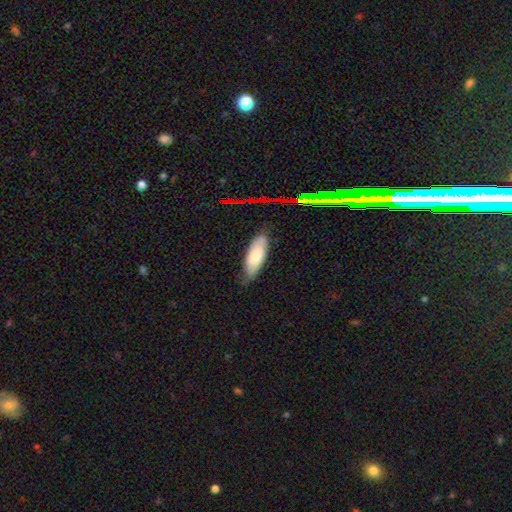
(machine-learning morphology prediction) Smooth or featured?
  - smooth: 75% *
  - featured or disk: 18%
  - star or artifact: 7%
How rounded?
  - in between: 72% *
  - cigar-shaped: 26%
  - round: 2%
Merging?
  - none: 66% *
  - minor disturbance: 27%
  - major disturbance: 5%
  - merger: 2%